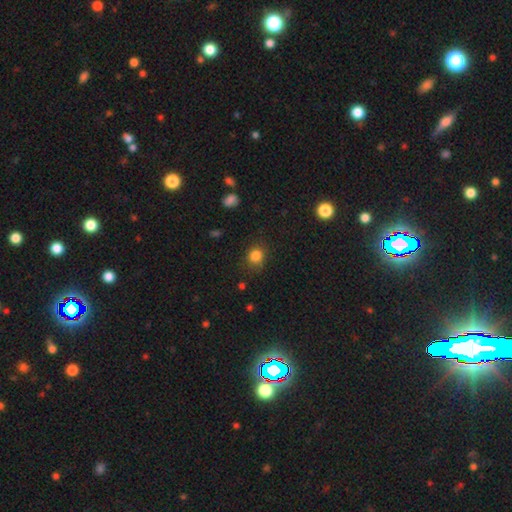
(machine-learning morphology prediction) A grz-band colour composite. It shows a smooth galaxy with no disk features (83%) that is round (76%). Merging: none (78%).